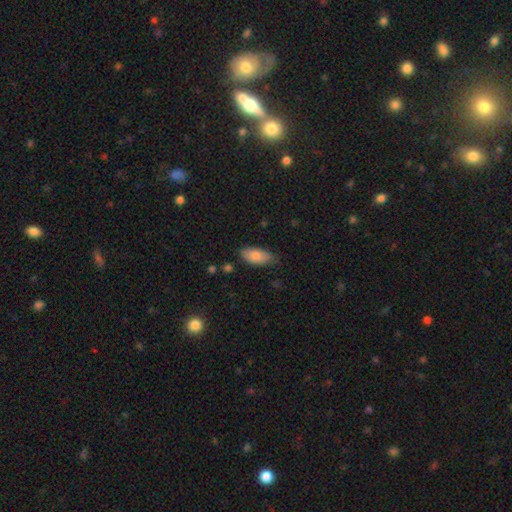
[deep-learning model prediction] A smooth galaxy with no disk features (84%) that is in between round and cigar-shaped (91%). Merging: none (74%).